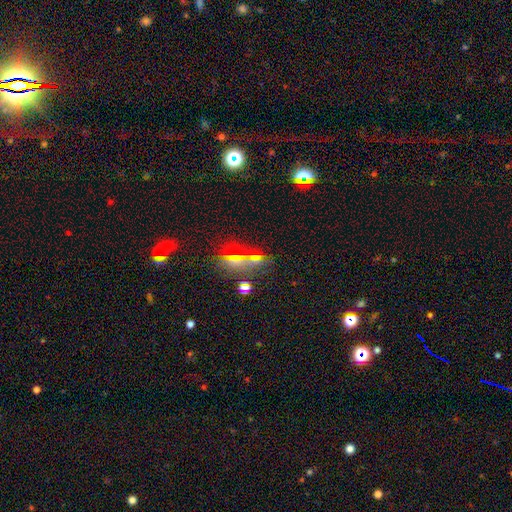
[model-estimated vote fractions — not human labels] smooth-or-featured: star or artifact: 55% | smooth: 35% | featured or disk: 10%